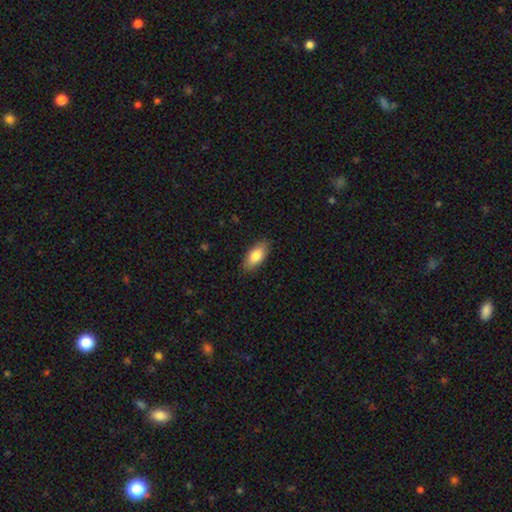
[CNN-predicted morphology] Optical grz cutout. It shows a smooth galaxy with no disk features (83%) that is in between round and cigar-shaped (88%). Merging: none (87%).